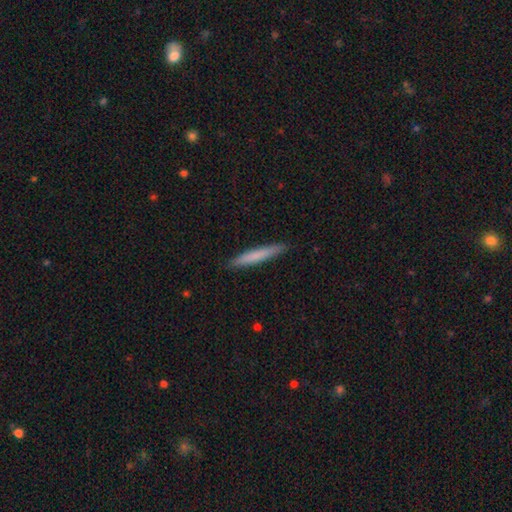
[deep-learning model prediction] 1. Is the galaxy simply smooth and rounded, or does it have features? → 73% smooth, 22% featured or disk, 5% star or artifact.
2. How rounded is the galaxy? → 96% cigar-shaped, 3% in between, 1% round.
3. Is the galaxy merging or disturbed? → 91% none, 7% minor disturbance, 1% major disturbance, 1% merger.